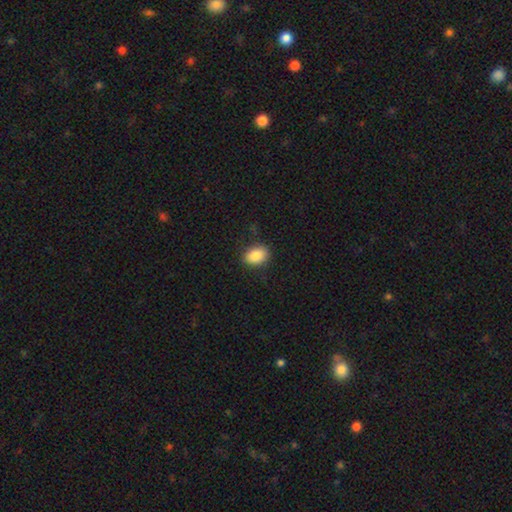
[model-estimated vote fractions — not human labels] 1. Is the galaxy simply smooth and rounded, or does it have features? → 86% smooth, 8% star or artifact, 6% featured or disk.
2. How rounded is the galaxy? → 80% in between, 19% round, 1% cigar-shaped.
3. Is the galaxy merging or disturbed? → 83% none, 12% minor disturbance, 3% major disturbance, 1% merger.